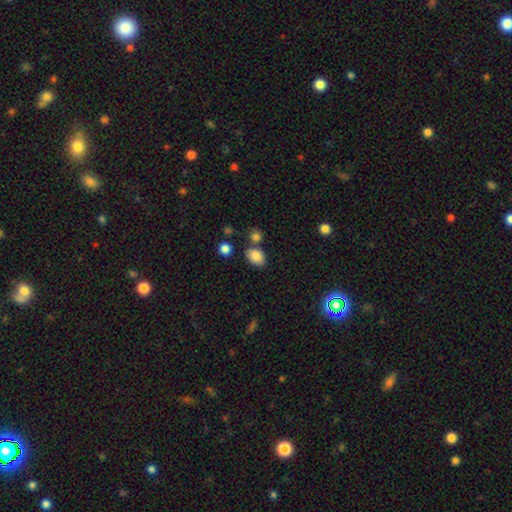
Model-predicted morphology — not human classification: The model was most divided on "merging": none: 70%, minor disturbance: 14%, merger: 12%, major disturbance: 4%. More confident: smooth or featured — smooth (84%); how rounded — in between (80%).